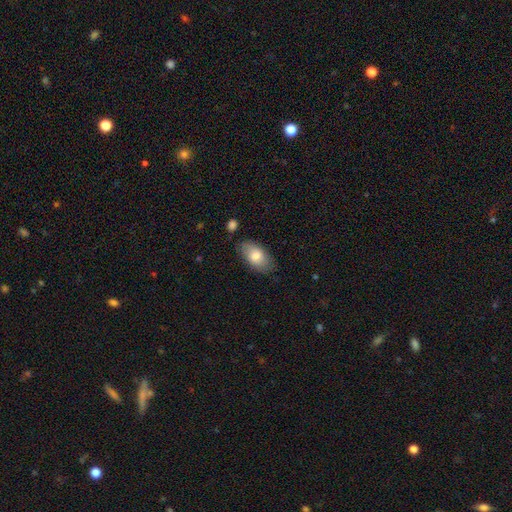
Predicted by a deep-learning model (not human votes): Morphology: type=smooth (79%); roundness=in between (93%); merging=none (78%).